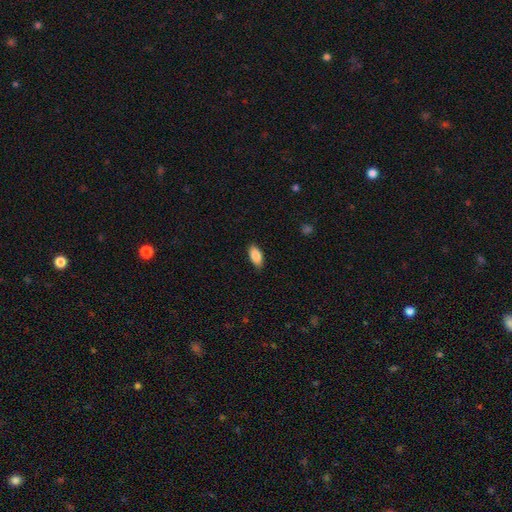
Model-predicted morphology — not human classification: A smooth galaxy with no disk features (87%) that is in between round and cigar-shaped (91%).

Vote fractions:
- Smooth or featured? smooth: 87% / star or artifact: 7% / featured or disk: 6%
- How rounded? in between: 91% / cigar-shaped: 6% / round: 3%
- Merging? none: 85% / minor disturbance: 12% / major disturbance: 2% / merger: 1%